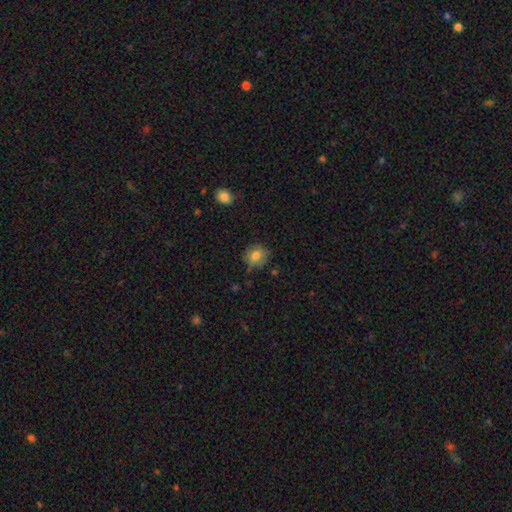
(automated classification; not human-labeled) smooth_or_featured: smooth (p=0.79) [alt: featured or disk p=0.11]
how_rounded: round (p=0.78) [alt: in between p=0.21]
merging: none (p=0.82) [alt: minor disturbance p=0.14]